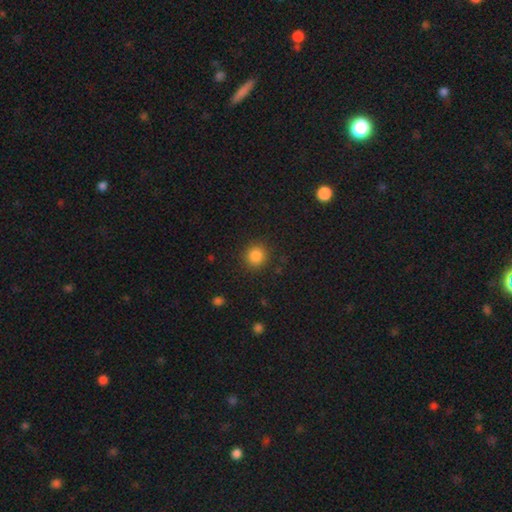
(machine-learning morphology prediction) smooth-or-featured: smooth: 85% | star or artifact: 11% | featured or disk: 4%
  how-rounded: round: 89% | in between: 10% | cigar-shaped: 1%
  merging: none: 89% | minor disturbance: 7% | major disturbance: 3% | merger: 1%